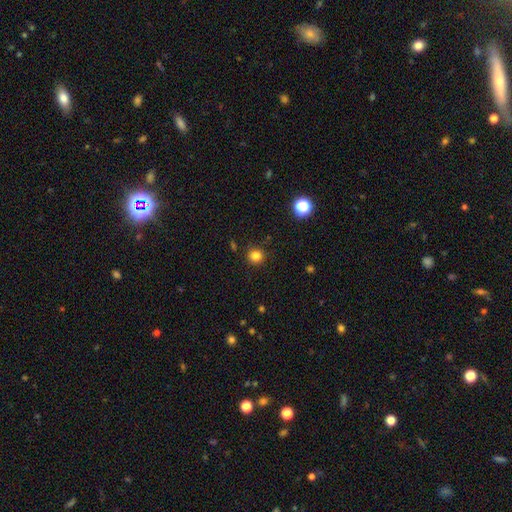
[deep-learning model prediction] Smooth or featured?
  - smooth: 82% *
  - star or artifact: 13%
  - featured or disk: 4%
How rounded?
  - round: 92% *
  - in between: 7%
  - cigar-shaped: 1%
Merging?
  - none: 89% *
  - minor disturbance: 7%
  - major disturbance: 2%
  - merger: 2%